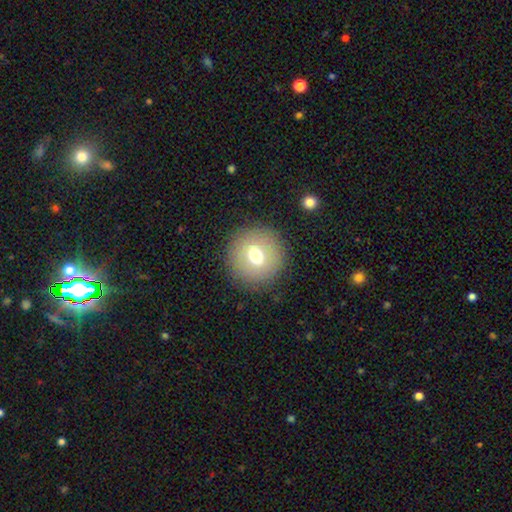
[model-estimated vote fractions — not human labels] Smooth or featured? Predicted: smooth (p=0.64). How rounded? Predicted: round (p=0.91). Merging? Predicted: none (p=0.87).